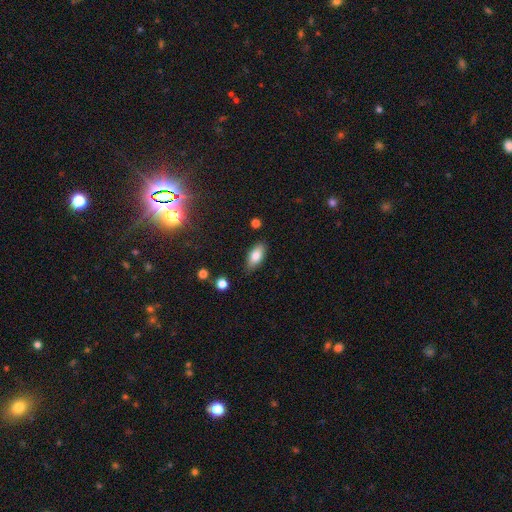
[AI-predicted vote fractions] Smooth or featured? smooth (81%)
How rounded? in between (86%)
Merging? none (82%)